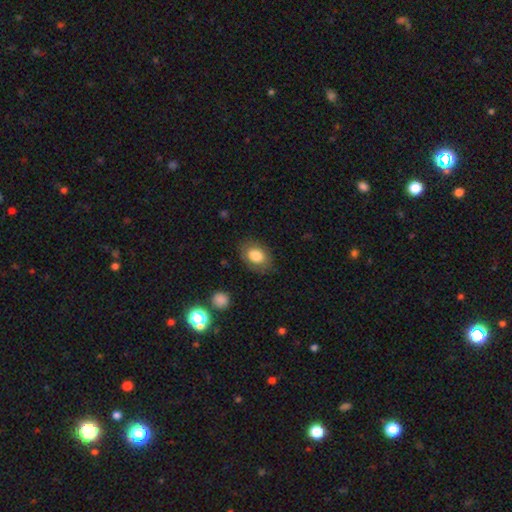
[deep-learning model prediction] The model was most divided on "how rounded": in between: 79%, round: 19%, cigar-shaped: 1%. More confident: merging — none (80%); smooth or featured — smooth (79%).